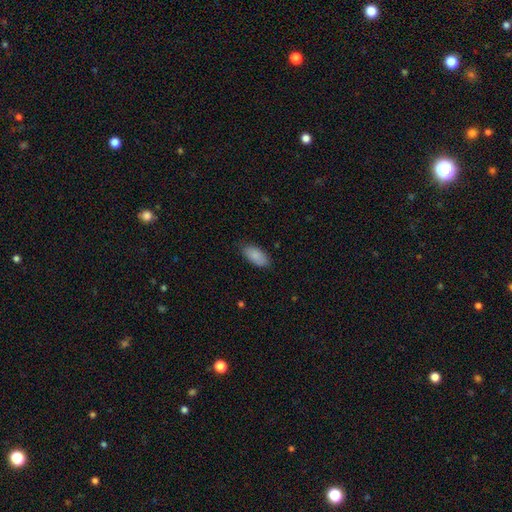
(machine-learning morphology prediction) This appears to be a smooth galaxy with no disk features (88%) that is in between round and cigar-shaped (91%). Merging: none (82%).